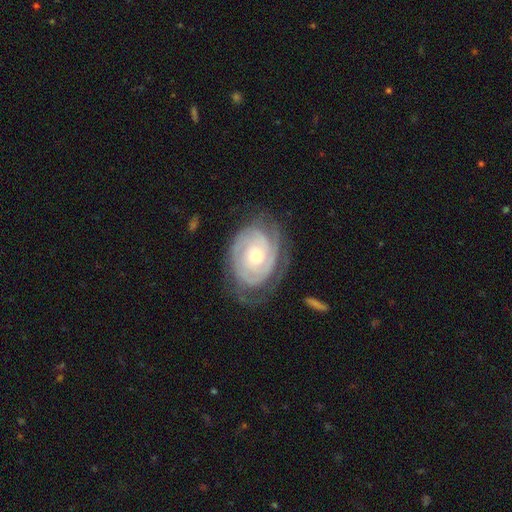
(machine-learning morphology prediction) Smooth or featured? featured or disk (86%)
Edge-on disk? no (97%)
Bar? no (77%)
Spiral arms? yes (95%)
Spiral winding? tight (78%)
Spiral arm count? 2 (37%)
Bulge size? small (51%)
Merging? none (69%)